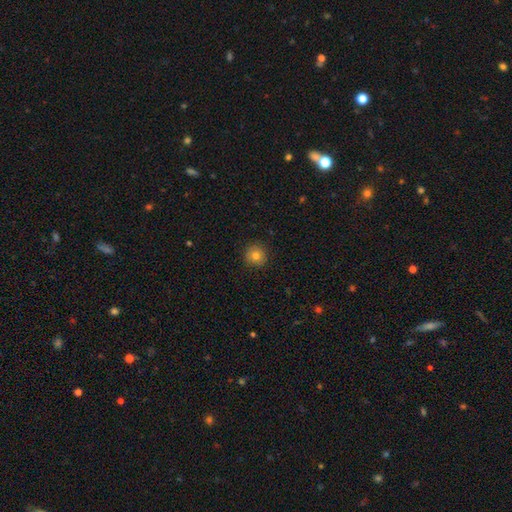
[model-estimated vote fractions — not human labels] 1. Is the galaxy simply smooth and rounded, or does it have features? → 80% smooth, 11% star or artifact, 9% featured or disk.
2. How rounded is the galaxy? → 94% round, 6% in between, 1% cigar-shaped.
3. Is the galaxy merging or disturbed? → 90% none, 7% minor disturbance, 2% major disturbance, 1% merger.